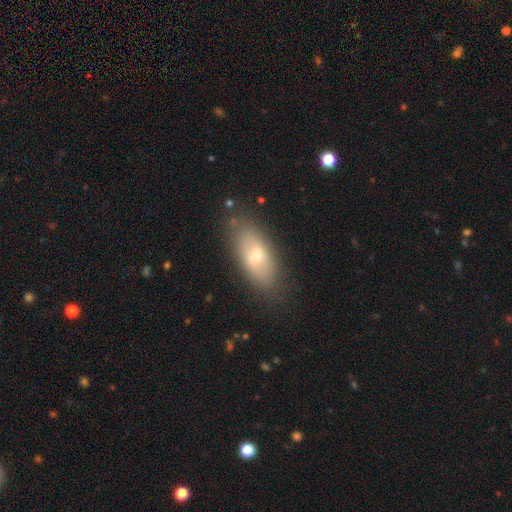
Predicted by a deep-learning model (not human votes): This is likely a smooth galaxy (62%). How rounded: clearly in between (81%). Merging: likely none (79%).